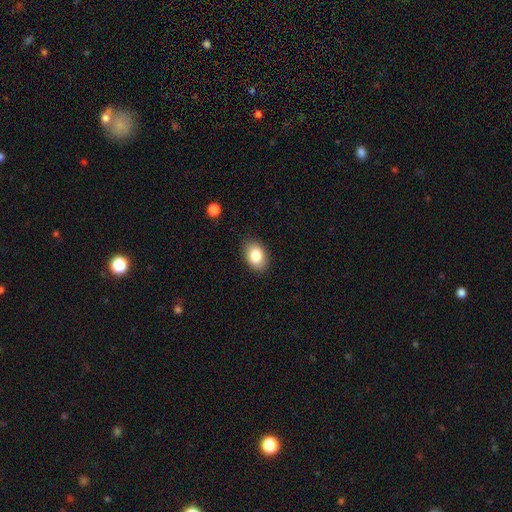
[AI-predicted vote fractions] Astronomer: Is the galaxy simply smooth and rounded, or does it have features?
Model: smooth — 83%.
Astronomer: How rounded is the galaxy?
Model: in between — 81%.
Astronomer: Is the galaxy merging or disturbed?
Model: none — 86%.